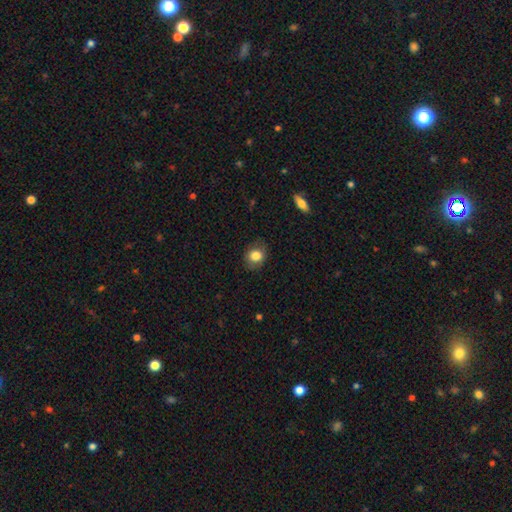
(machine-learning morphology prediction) smooth 81%, featured or disk 10%, star or artifact 9%. Down the decision tree: how rounded — round (55%); merging — none (79%).